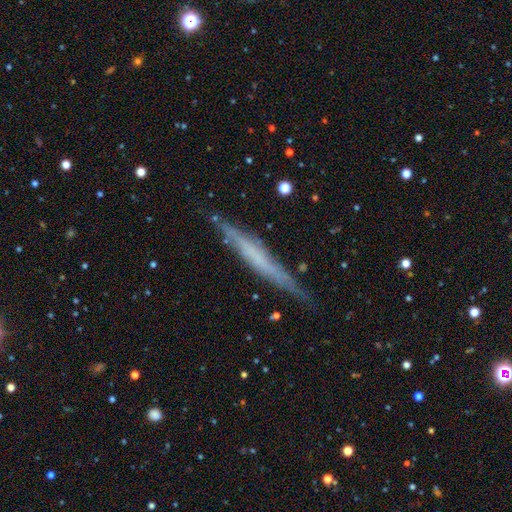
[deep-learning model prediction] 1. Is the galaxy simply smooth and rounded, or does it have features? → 61% featured or disk, 32% smooth, 8% star or artifact.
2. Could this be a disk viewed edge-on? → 92% yes, 8% no.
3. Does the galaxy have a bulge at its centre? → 78% none, 11% boxy, 11% rounded.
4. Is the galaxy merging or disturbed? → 80% none, 16% minor disturbance, 3% major disturbance, 2% merger.